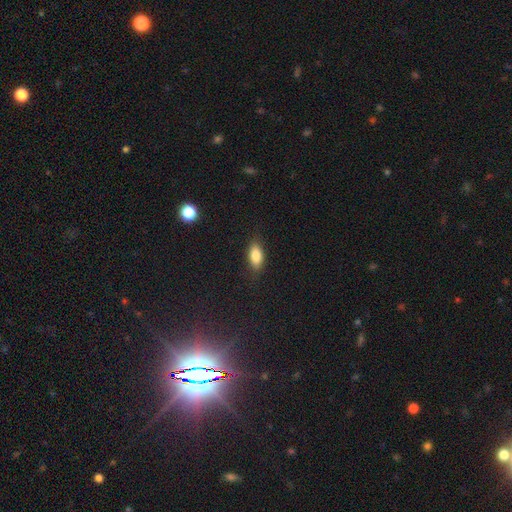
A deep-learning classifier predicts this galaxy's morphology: smooth-or-featured: smooth: 83% | featured or disk: 9% | star or artifact: 8%
  how-rounded: in between: 86% | cigar-shaped: 10% | round: 4%
  merging: none: 84% | minor disturbance: 12% | major disturbance: 3% | merger: 1%